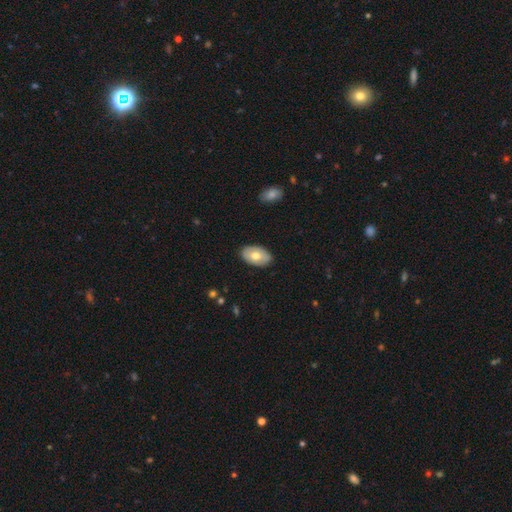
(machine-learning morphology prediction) smooth_or_featured: smooth (p=0.66) [alt: featured or disk p=0.29]
how_rounded: in between (p=0.93) [alt: round p=0.06]
merging: none (p=0.87) [alt: minor disturbance p=0.10]